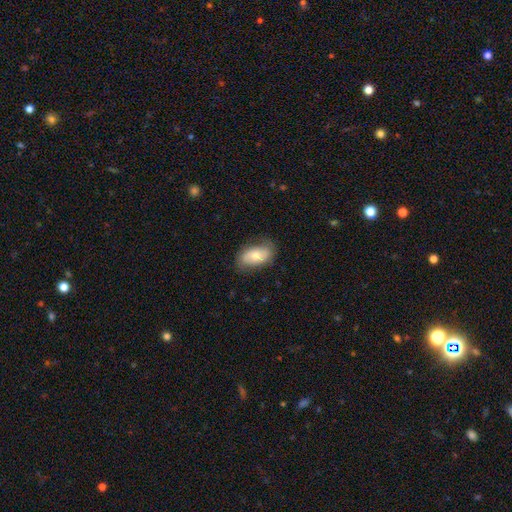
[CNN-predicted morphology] Overall: smooth (59%; featured or disk 35%). How rounded: in between (91%). Merging: none (74%).